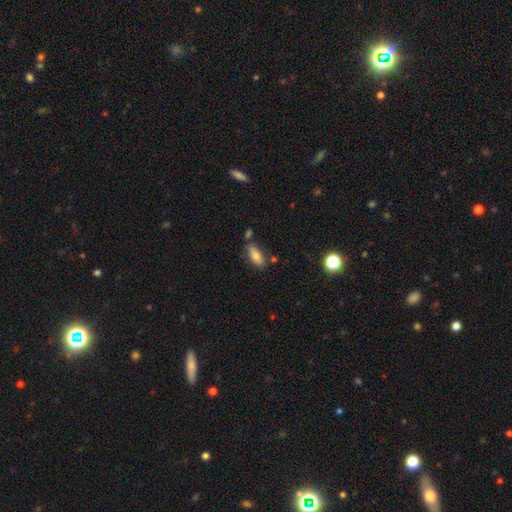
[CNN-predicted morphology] A smooth galaxy with no disk features (77%) that is in between round and cigar-shaped (87%). Merging: none (71%).